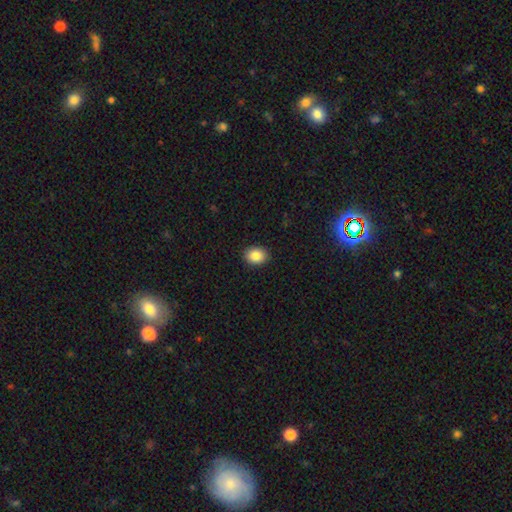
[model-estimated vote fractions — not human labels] Smooth or featured?
  - smooth: 86% *
  - star or artifact: 8%
  - featured or disk: 6%
How rounded?
  - in between: 59% *
  - round: 40%
  - cigar-shaped: 1%
Merging?
  - none: 91% *
  - minor disturbance: 6%
  - major disturbance: 2%
  - merger: 1%